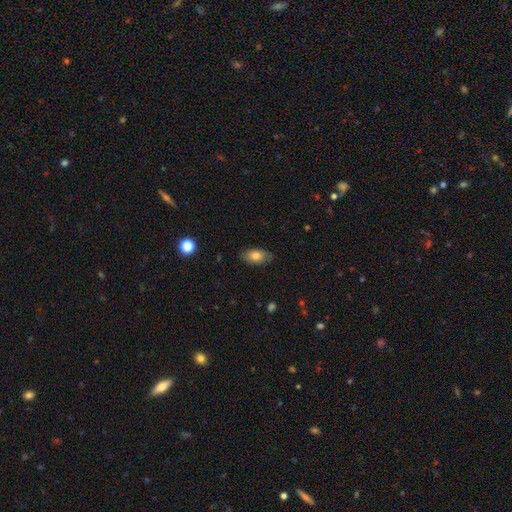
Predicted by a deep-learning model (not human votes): Smooth or featured?
  - smooth: 76% *
  - featured or disk: 16%
  - star or artifact: 8%
How rounded?
  - in between: 90% *
  - round: 6%
  - cigar-shaped: 3%
Merging?
  - none: 82% *
  - minor disturbance: 14%
  - major disturbance: 3%
  - merger: 1%